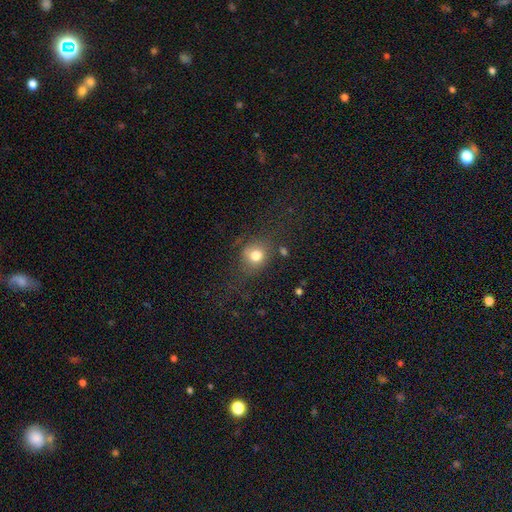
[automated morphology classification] smooth-or-featured: smooth: 78% | star or artifact: 13% | featured or disk: 9%
  how-rounded: round: 76% | in between: 23% | cigar-shaped: 1%
  merging: none: 69% | minor disturbance: 17% | major disturbance: 10% | merger: 4%